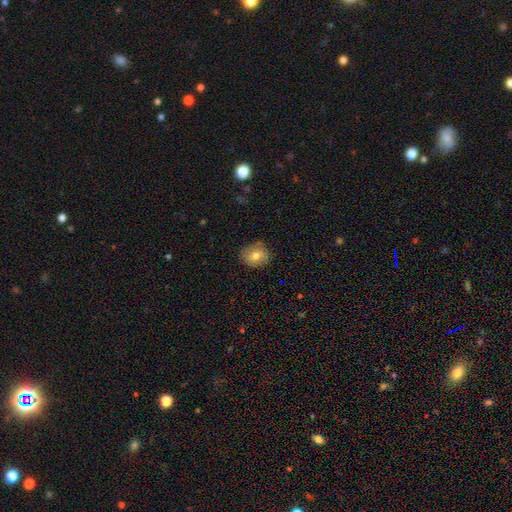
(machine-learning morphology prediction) Overall: smooth (76%). How rounded: round (67%; in between 32%). Merging: none (77%).